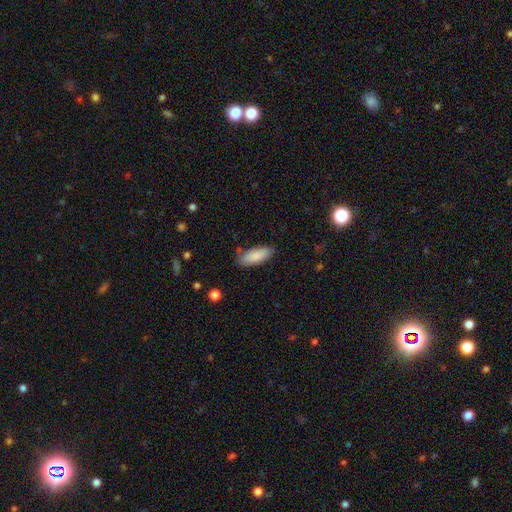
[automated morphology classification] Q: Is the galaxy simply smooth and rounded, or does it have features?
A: smooth — 86%.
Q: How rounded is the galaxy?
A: in between — 75%.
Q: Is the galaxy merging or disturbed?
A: none — 77%.